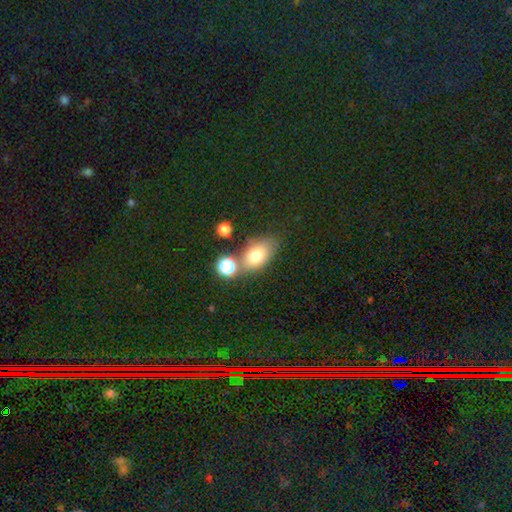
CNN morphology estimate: A smooth galaxy with no disk features (76%) that is in between round and cigar-shaped (84%). Merging: none (62%).